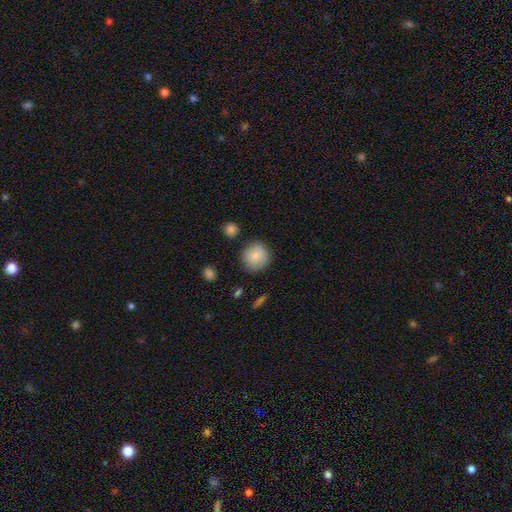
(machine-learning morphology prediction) smooth_or_featured: smooth (p=0.83) [alt: featured or disk p=0.09]
how_rounded: round (p=0.91) [alt: in between p=0.08]
merging: none (p=0.83) [alt: minor disturbance p=0.11]